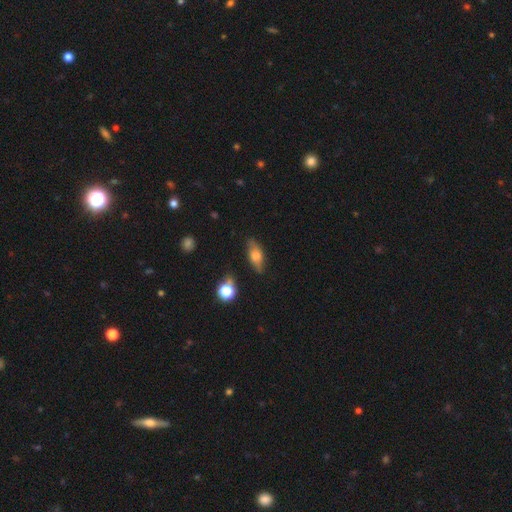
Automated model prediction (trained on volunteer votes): This appears to be a smooth galaxy with no disk features (56%) that is in between round and cigar-shaped (74%). Merging: none (77%).